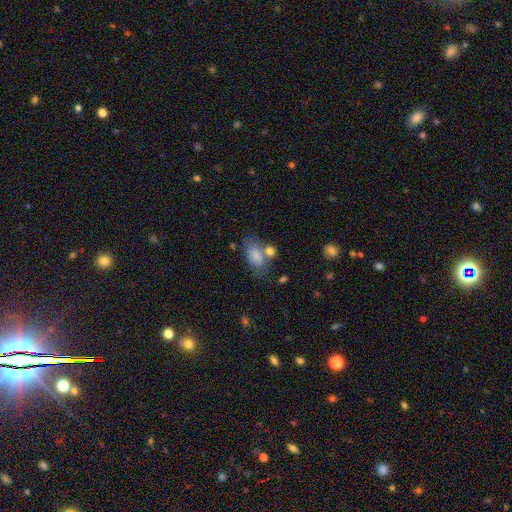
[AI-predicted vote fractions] smooth_or_featured: smooth (p=0.79) [alt: featured or disk p=0.12]
how_rounded: in between (p=0.89) [alt: round p=0.08]
merging: none (p=0.45) [alt: merger p=0.25]